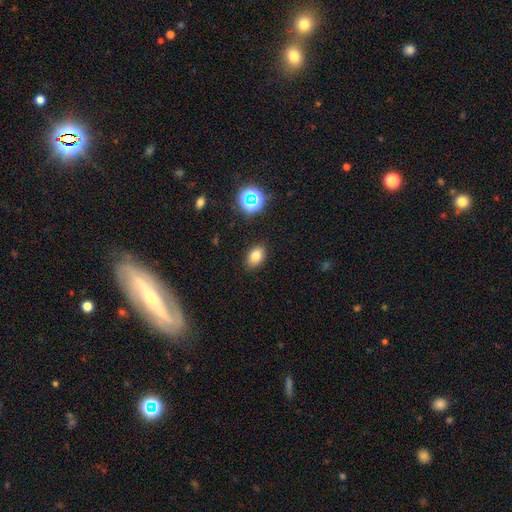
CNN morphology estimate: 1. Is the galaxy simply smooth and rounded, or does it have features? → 78% smooth, 14% star or artifact, 8% featured or disk.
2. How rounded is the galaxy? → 80% in between, 19% round, 1% cigar-shaped.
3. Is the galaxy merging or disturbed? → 86% none, 10% minor disturbance, 3% major disturbance, 1% merger.